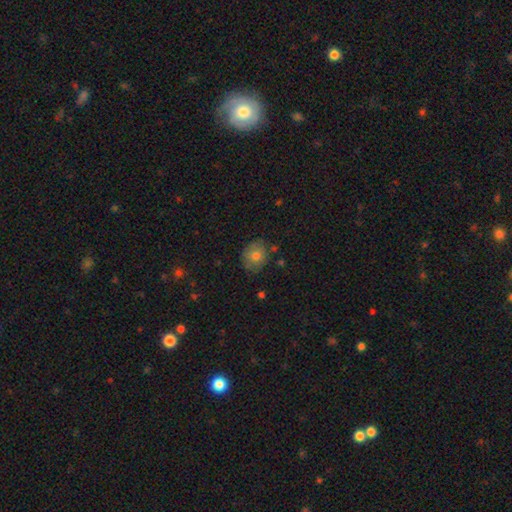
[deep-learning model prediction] smooth_or_featured: smooth (p=0.75) [alt: featured or disk p=0.16]
how_rounded: round (p=0.61) [alt: in between p=0.38]
merging: none (p=0.70) [alt: minor disturbance p=0.22]